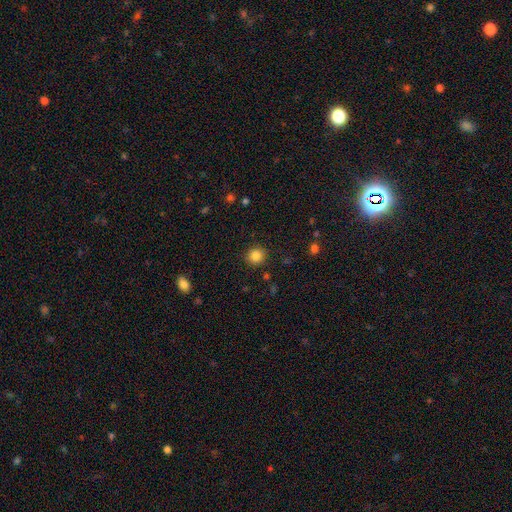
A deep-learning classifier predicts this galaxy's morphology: This appears to be a smooth galaxy with no disk features (84%) that is round (92%). Merging: none (90%).